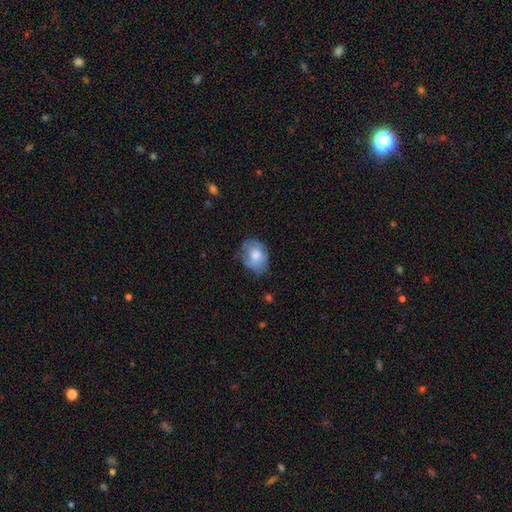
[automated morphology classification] The model was most divided on "merging": none: 61%, minor disturbance: 29%, major disturbance: 9%, merger: 2%. More confident: how rounded — in between (69%); smooth or featured — smooth (69%).